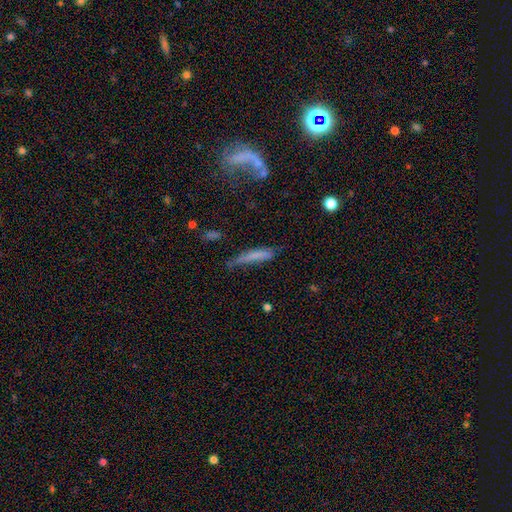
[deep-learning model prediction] Overall: smooth (65%; featured or disk 26%). How rounded: cigar-shaped (88%). Merging: none (48%; minor disturbance 30%).